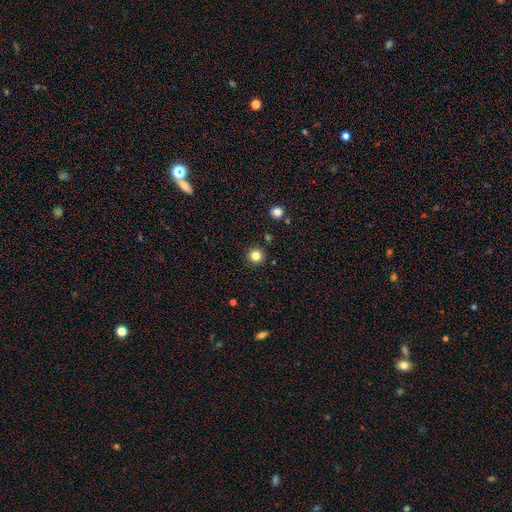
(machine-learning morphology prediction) smooth 83%, star or artifact 12%, featured or disk 5%. Down the decision tree: how rounded — round (95%); merging — none (91%).